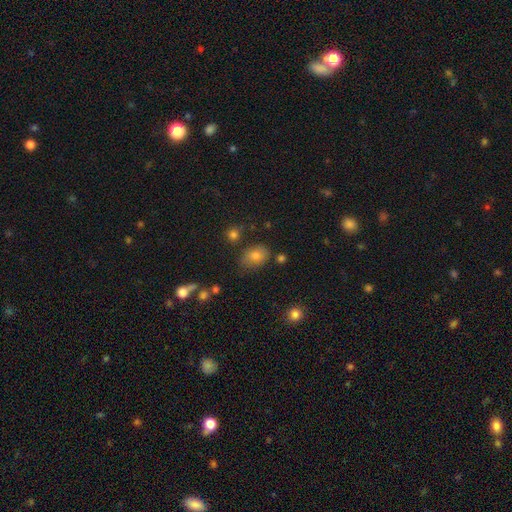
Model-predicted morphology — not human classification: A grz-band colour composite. It shows a smooth galaxy with no disk features (77%) that is in between round and cigar-shaped (70%). Merging: none (72%).